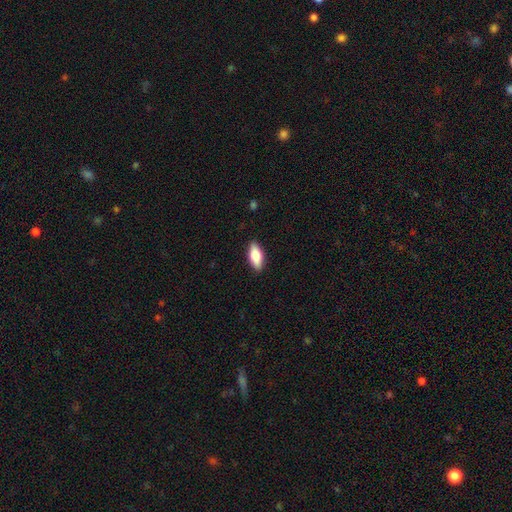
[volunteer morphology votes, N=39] This is likely a smooth galaxy (69%). How rounded: possibly in between (56%). Merging: clearly none (86%).